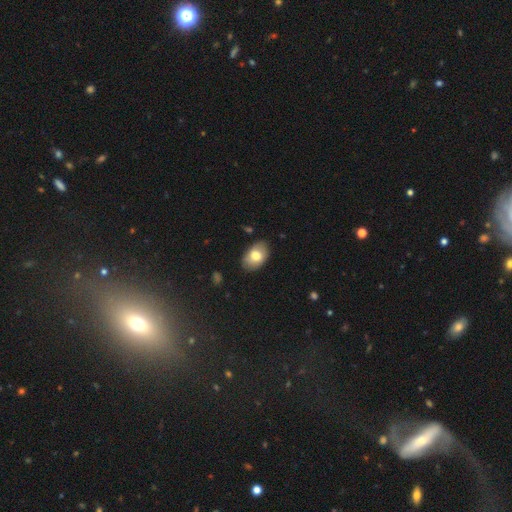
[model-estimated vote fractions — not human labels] A smooth galaxy with no disk features (76%) that is in between round and cigar-shaped (89%). Merging: none (82%).